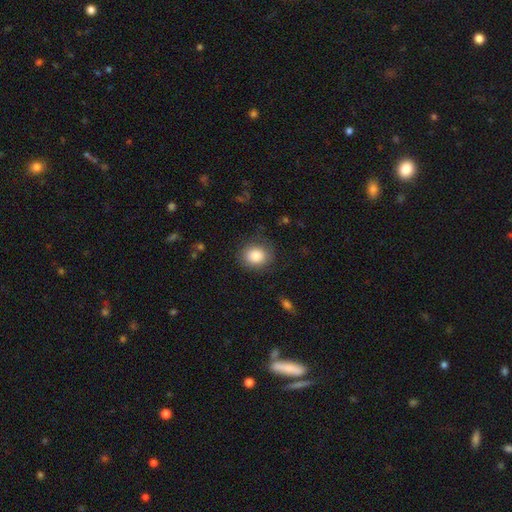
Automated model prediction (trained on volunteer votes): smooth_or_featured: smooth (p=0.84) [alt: star or artifact p=0.09]
how_rounded: round (p=0.71) [alt: in between p=0.28]
merging: none (p=0.83) [alt: minor disturbance p=0.12]